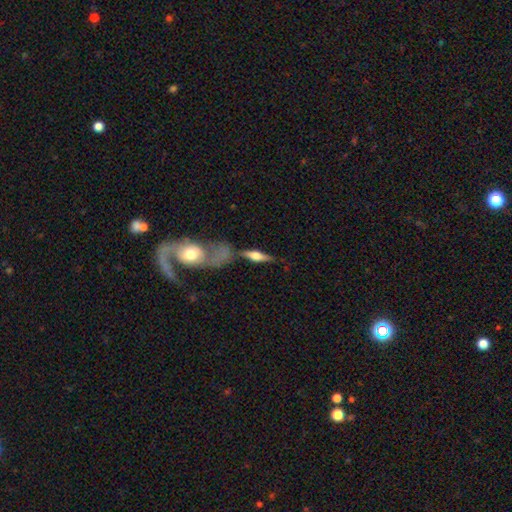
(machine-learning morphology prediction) A featured or disk galaxy (59%) viewed edge-on (88%) with a rounded central bulge (91%). Merging: none (53%).